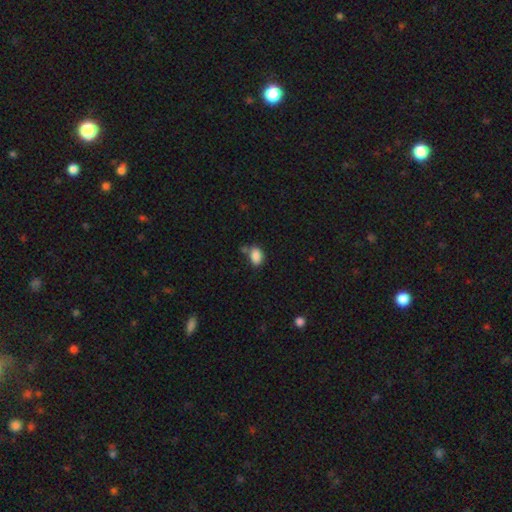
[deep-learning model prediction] Smooth or featured? Predicted: smooth (p=0.87). How rounded? Predicted: in between (p=0.85). Merging? Predicted: none (p=0.59).